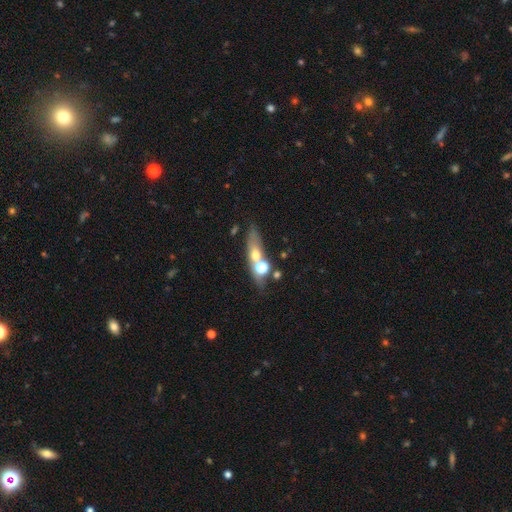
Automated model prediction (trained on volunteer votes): Smooth or featured: smooth — 50% (featured or disk — 35%)
How rounded: in between — 40% (cigar-shaped — 38%)
Merging: none — 50% (merger — 28%)